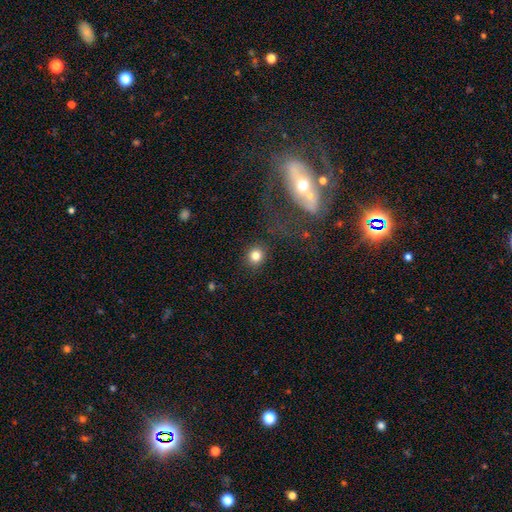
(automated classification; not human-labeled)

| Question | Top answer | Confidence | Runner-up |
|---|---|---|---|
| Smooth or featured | smooth | 81% | star or artifact (12%) |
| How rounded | round | 86% | in between (13%) |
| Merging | none | 87% | minor disturbance (7%) |